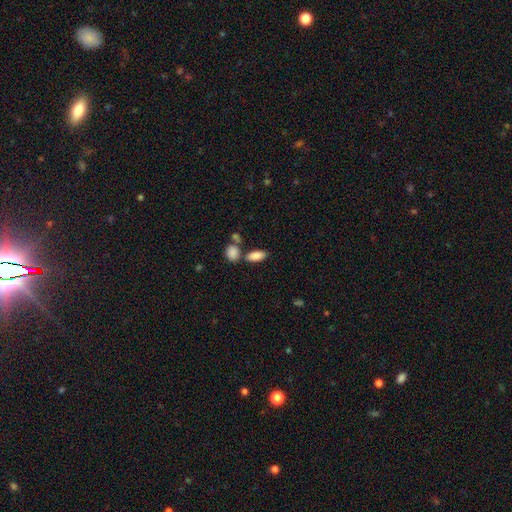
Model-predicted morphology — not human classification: Smooth or featured?
  - smooth: 87% *
  - star or artifact: 7%
  - featured or disk: 6%
How rounded?
  - in between: 87% *
  - cigar-shaped: 9%
  - round: 4%
Merging?
  - none: 66% *
  - merger: 19%
  - minor disturbance: 11%
  - major disturbance: 4%